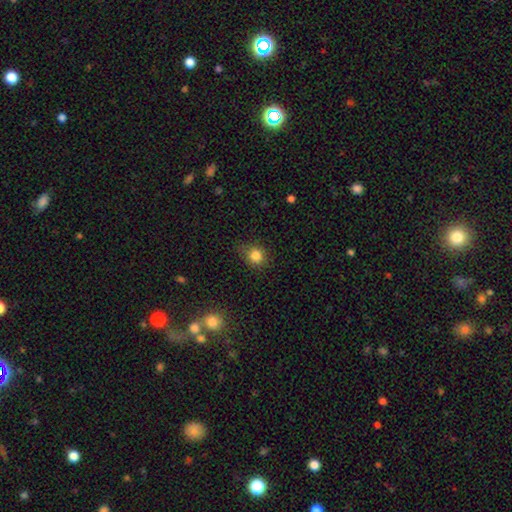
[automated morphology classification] Smooth or featured? Predicted: smooth (p=0.82). How rounded? Predicted: round (p=0.75). Merging? Predicted: none (p=0.73).